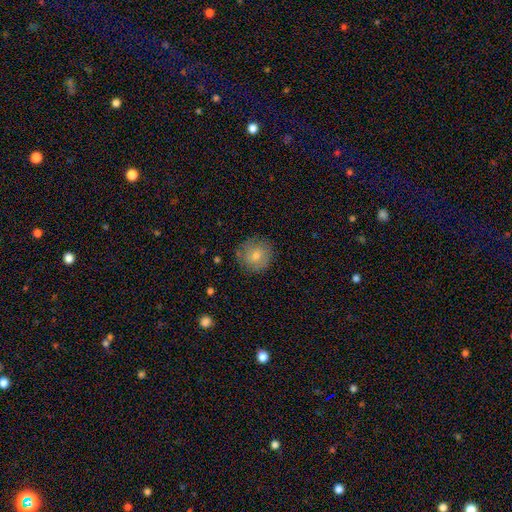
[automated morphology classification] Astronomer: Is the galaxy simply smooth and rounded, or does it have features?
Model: smooth — 65%.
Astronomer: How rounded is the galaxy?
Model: round — 90%.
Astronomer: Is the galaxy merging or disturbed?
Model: none — 83%.